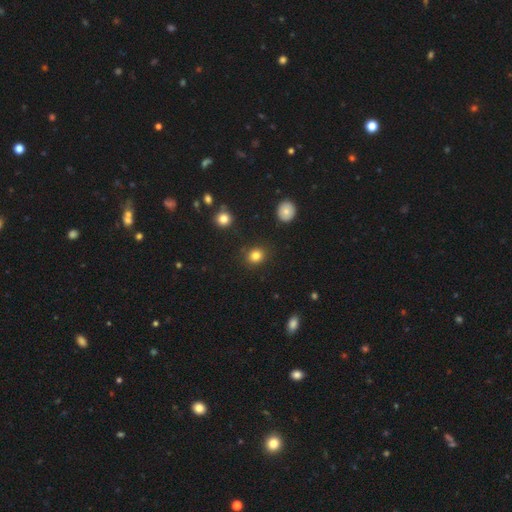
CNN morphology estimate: Smooth or featured?
  - smooth: 83% *
  - star or artifact: 11%
  - featured or disk: 5%
How rounded?
  - round: 75% *
  - in between: 24%
  - cigar-shaped: 1%
Merging?
  - none: 88% *
  - minor disturbance: 7%
  - major disturbance: 3%
  - merger: 2%